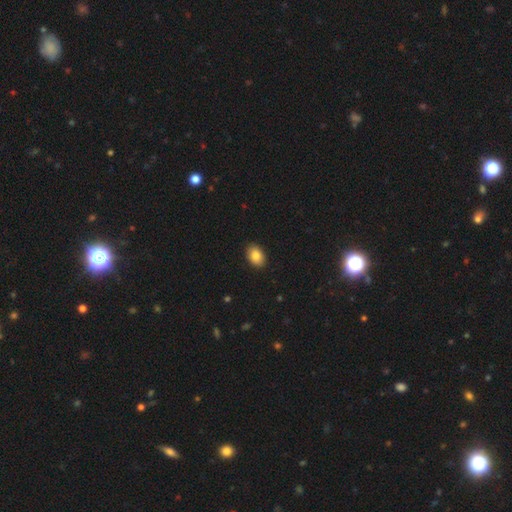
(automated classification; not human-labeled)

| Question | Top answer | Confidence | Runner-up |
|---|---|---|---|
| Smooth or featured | smooth | 87% | star or artifact (8%) |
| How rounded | in between | 84% | round (14%) |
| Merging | none | 89% | minor disturbance (8%) |